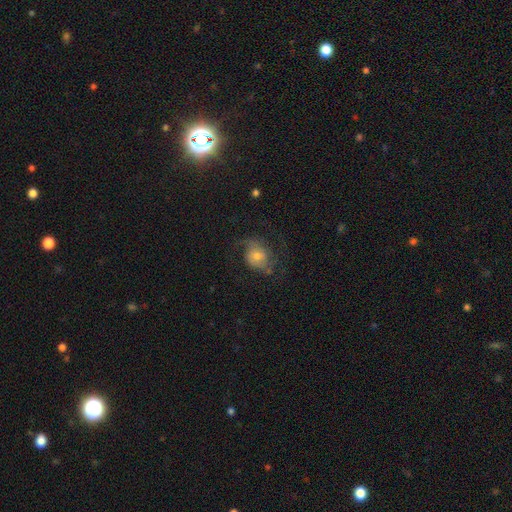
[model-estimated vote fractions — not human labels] The model was most divided on "bulge size": moderate: 51%, small: 37%, large: 7%, none: 3%, dominant: 2%. More confident: edge-on disk — no (96%); spiral arms — yes (85%); bar — no (73%); merging — none (64%); smooth or featured — featured or disk (58%).